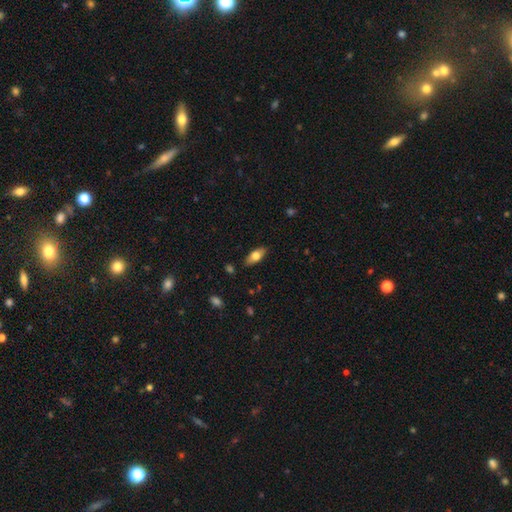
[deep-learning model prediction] Smooth or featured: smooth — 69% (featured or disk — 25%)
How rounded: in between — 83% (cigar-shaped — 14%)
Merging: none — 85% (minor disturbance — 11%)